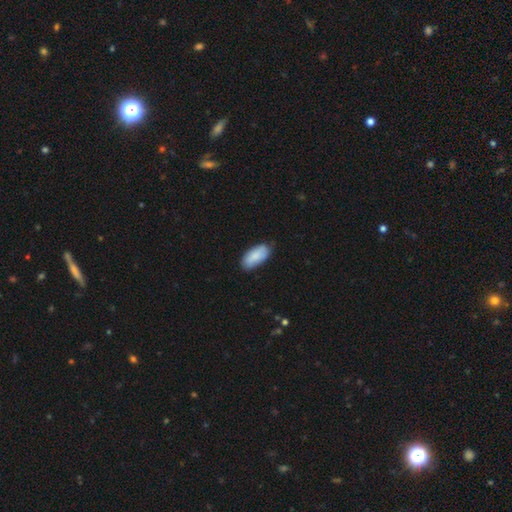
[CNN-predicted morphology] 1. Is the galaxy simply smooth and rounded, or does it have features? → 85% smooth, 10% featured or disk, 6% star or artifact.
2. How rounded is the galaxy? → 91% in between, 7% cigar-shaped, 2% round.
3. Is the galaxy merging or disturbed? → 77% none, 19% minor disturbance, 3% major disturbance, 1% merger.